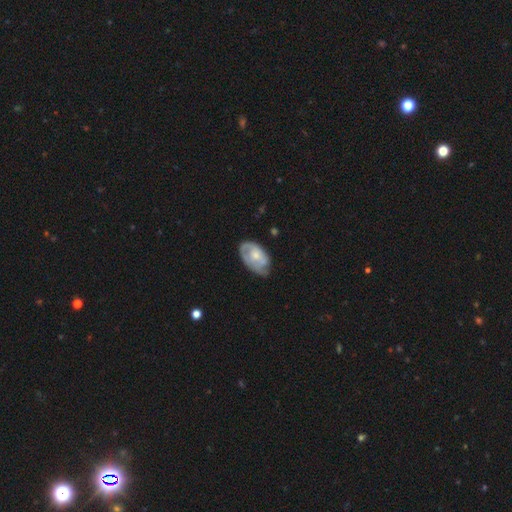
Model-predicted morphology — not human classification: This is possibly a featured or disk galaxy (58%). It is clearly not viewed edge-on (96%). Bar: likely no (77%). Spiral arm pattern: likely yes (72%). Central bulge: possibly small (47%). Merging: possibly none (53%).